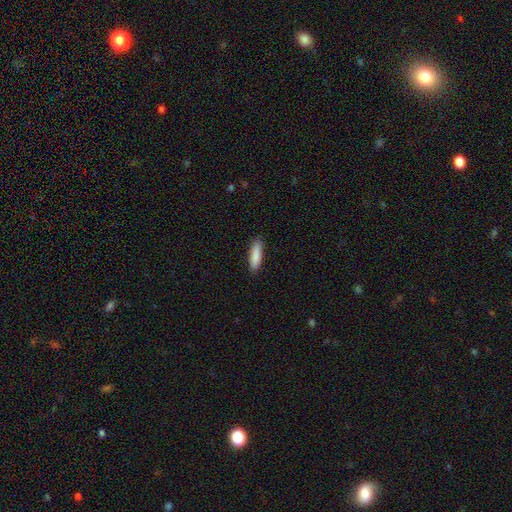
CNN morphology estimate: Q: Smooth or featured?
A: smooth (87%); runner-up: featured or disk (7%)
Q: How rounded?
A: cigar-shaped (68%); runner-up: in between (31%)
Q: Merging?
A: none (88%); runner-up: minor disturbance (9%)